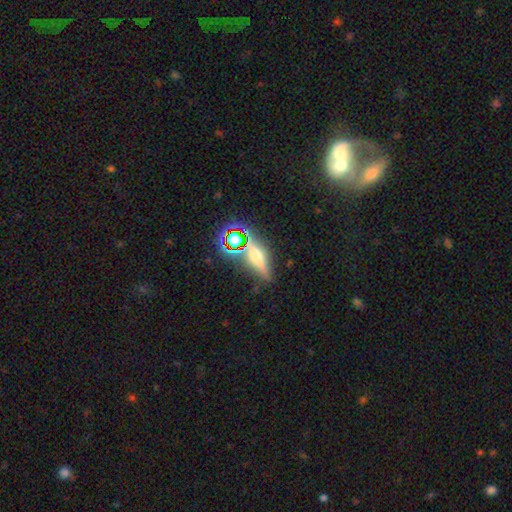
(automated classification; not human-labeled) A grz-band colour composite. It shows a featured or disk galaxy (40%). Merging: none (75%).